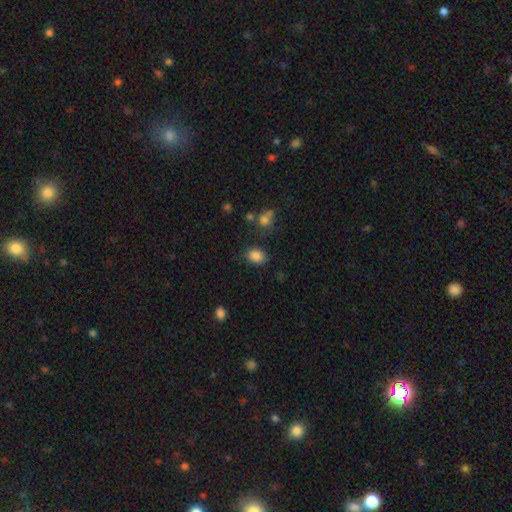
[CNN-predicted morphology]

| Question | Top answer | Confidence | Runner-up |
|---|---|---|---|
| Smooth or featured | smooth | 85% | star or artifact (11%) |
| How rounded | in between | 62% | round (37%) |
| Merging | none | 74% | minor disturbance (18%) |